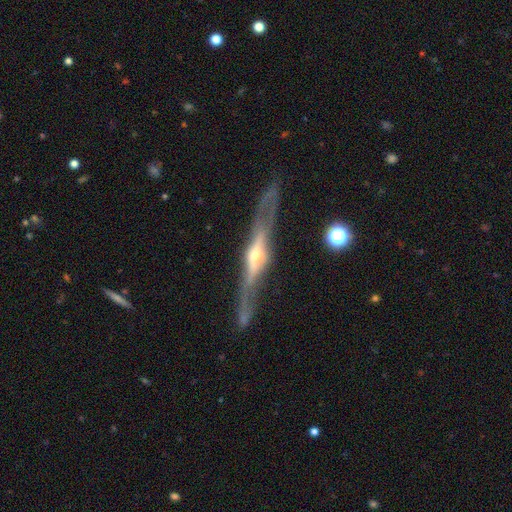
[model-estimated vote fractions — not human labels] Smooth or featured: featured or disk — 84% (smooth — 11%)
Edge-on disk: yes — 90% (no — 10%)
Edge-on bulge: rounded — 87% (boxy — 9%)
Merging: none — 74% (minor disturbance — 15%)